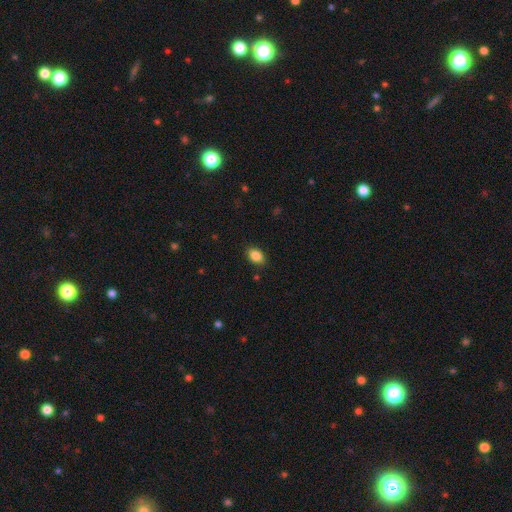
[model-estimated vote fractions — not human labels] Smooth or featured? Predicted: smooth (p=0.87). How rounded? Predicted: in between (p=0.83). Merging? Predicted: none (p=0.86).